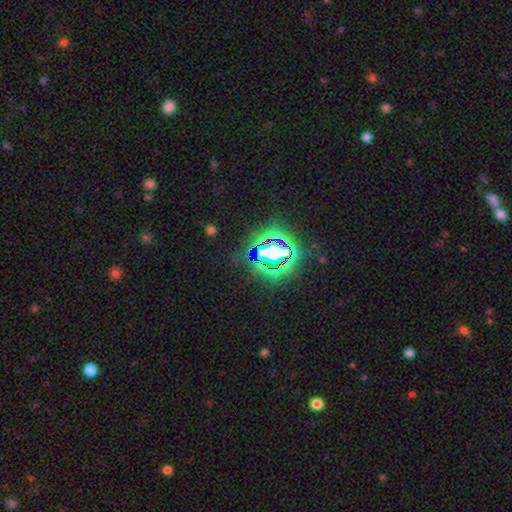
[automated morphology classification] Q: Smooth or featured?
A: star or artifact (76%); runner-up: smooth (14%)